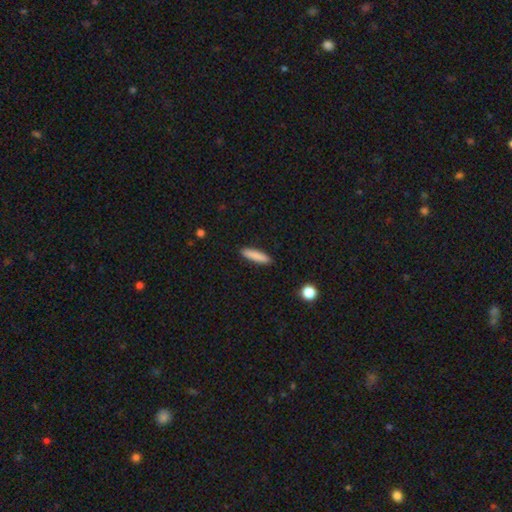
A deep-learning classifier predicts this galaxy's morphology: A smooth galaxy with no disk features (85%) that is cigar-shaped (83%).

Vote fractions:
- Smooth or featured? smooth: 85% / featured or disk: 8% / star or artifact: 6%
- How rounded? cigar-shaped: 83% / in between: 15% / round: 2%
- Merging? none: 90% / minor disturbance: 7% / major disturbance: 2% / merger: 1%